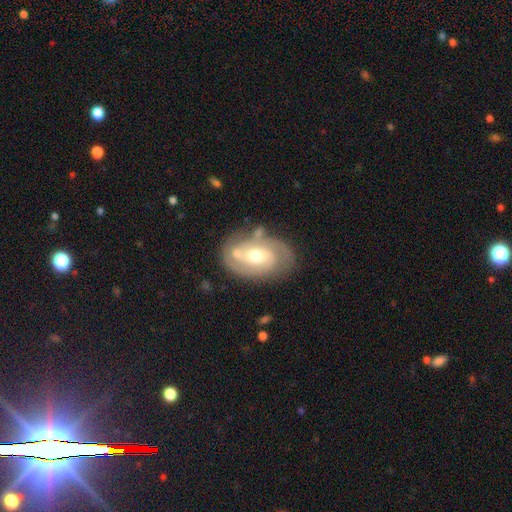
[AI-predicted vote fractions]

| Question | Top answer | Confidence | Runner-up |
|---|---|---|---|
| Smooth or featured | featured or disk | 76% | smooth (18%) |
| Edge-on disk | no | 96% | yes (4%) |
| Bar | no | 59% | weak (33%) |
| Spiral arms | yes | 87% | no (13%) |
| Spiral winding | tight | 50% | medium (38%) |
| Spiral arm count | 2 | 56% | can't tell (22%) |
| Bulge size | moderate | 69% | small (22%) |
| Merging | none | 64% | minor disturbance (20%) |